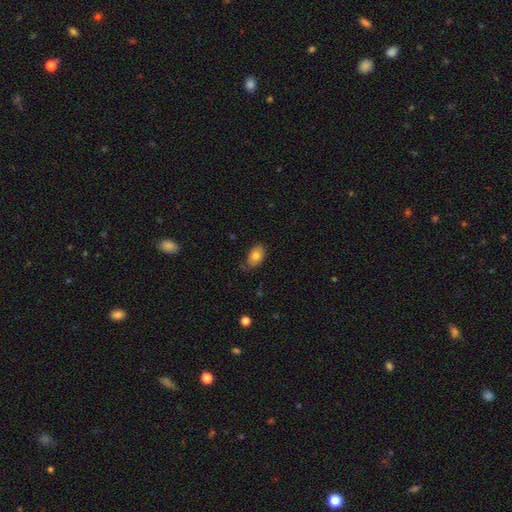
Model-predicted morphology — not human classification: This appears to be a smooth galaxy with no disk features (80%) that is in between round and cigar-shaped (88%). Merging: none (69%).